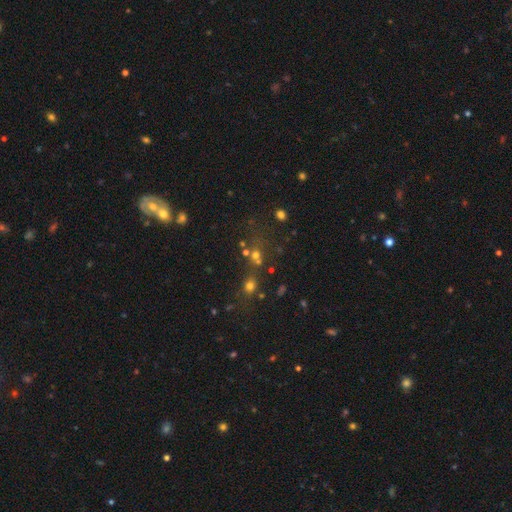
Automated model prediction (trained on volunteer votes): Q: Smooth or featured?
A: smooth (48%); runner-up: star or artifact (40%)
Q: Merging?
A: none (57%); runner-up: merger (27%)